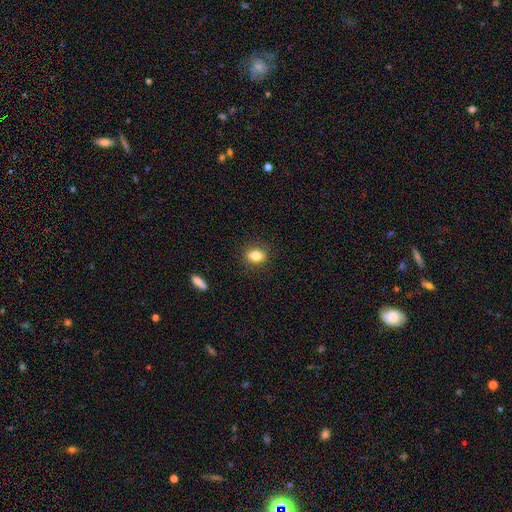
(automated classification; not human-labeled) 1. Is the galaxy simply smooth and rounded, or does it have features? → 80% smooth, 10% featured or disk, 10% star or artifact.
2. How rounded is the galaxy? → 68% in between, 30% round, 3% cigar-shaped.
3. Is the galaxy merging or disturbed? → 87% none, 10% minor disturbance, 3% major disturbance, 1% merger.